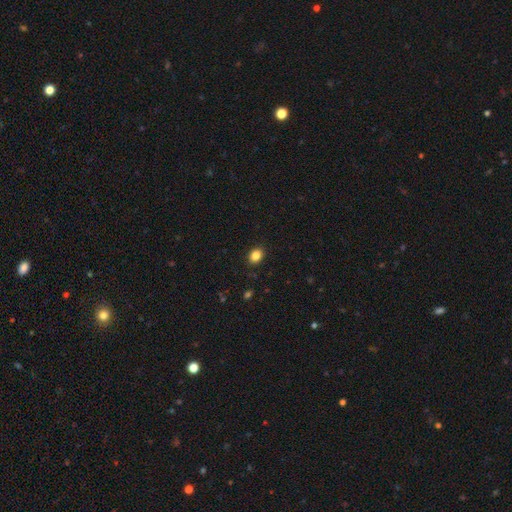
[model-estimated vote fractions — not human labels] Smooth or featured? smooth (86%)
How rounded? in between (58%)
Merging? none (90%)